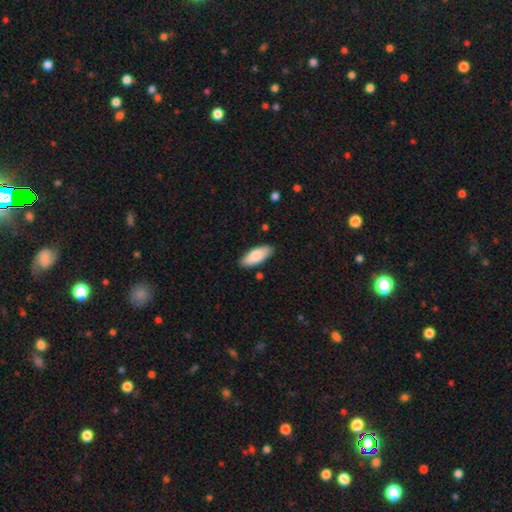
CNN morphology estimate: The model was most divided on "how rounded": in between: 81%, cigar-shaped: 17%, round: 2%. More confident: merging — none (86%); smooth or featured — smooth (82%).